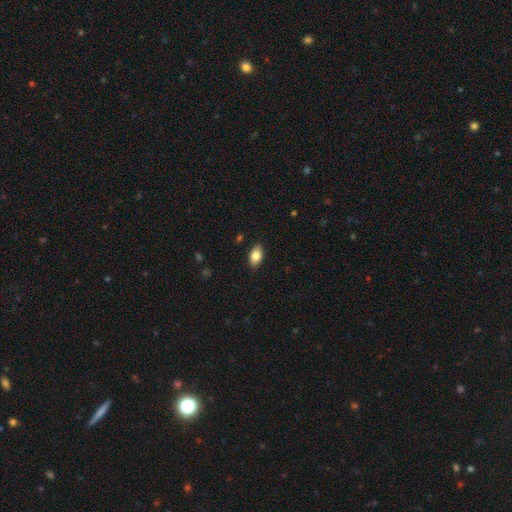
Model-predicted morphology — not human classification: Smooth or featured?
  - smooth: 80% *
  - featured or disk: 13%
  - star or artifact: 7%
How rounded?
  - in between: 91% *
  - round: 6%
  - cigar-shaped: 3%
Merging?
  - none: 88% *
  - minor disturbance: 9%
  - major disturbance: 2%
  - merger: 1%